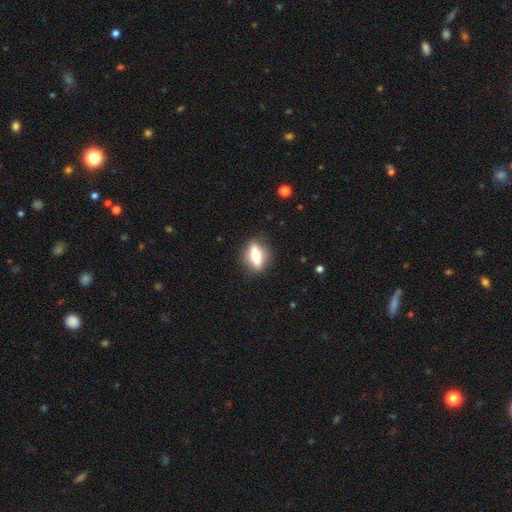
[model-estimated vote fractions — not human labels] Smooth or featured? smooth (47%)
Merging? none (84%)